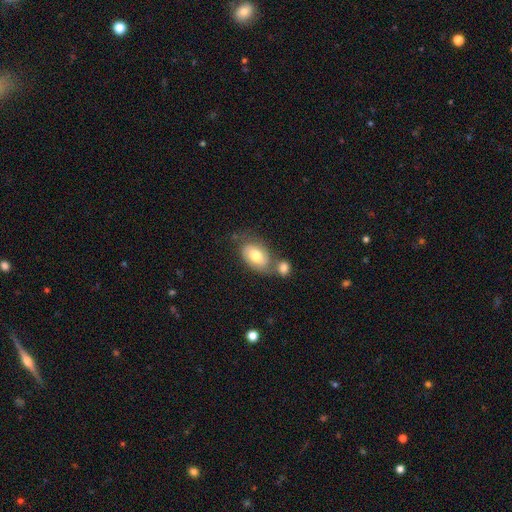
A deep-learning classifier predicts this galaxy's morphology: A smooth galaxy with no disk features (61%) that is in between round and cigar-shaped (86%).

Vote fractions:
- Smooth or featured? smooth: 61% / featured or disk: 31% / star or artifact: 7%
- How rounded? in between: 86% / round: 13% / cigar-shaped: 1%
- Merging? merger: 38% / none: 37% / minor disturbance: 16% / major disturbance: 8%